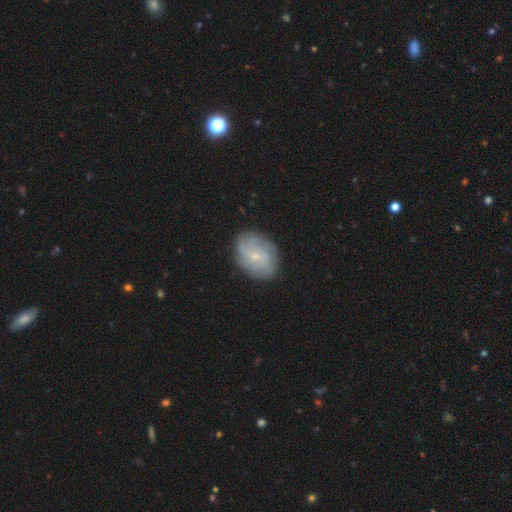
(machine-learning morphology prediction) A featured or disk galaxy (58%) with no bar (59%), spiral arms (79%) and a small central bulge (76%).

Vote fractions:
- Smooth or featured? featured or disk: 58% / smooth: 35% / star or artifact: 7%
- Edge-on disk? no: 97% / yes: 3%
- Bar? no: 59% / weak: 36% / strong: 5%
- Spiral arms? yes: 79% / no: 21%
- Bulge size? small: 76% / moderate: 18% / none: 3% / large: 1% / dominant: 1%
- Merging? none: 80% / minor disturbance: 14% / major disturbance: 4% / merger: 1%